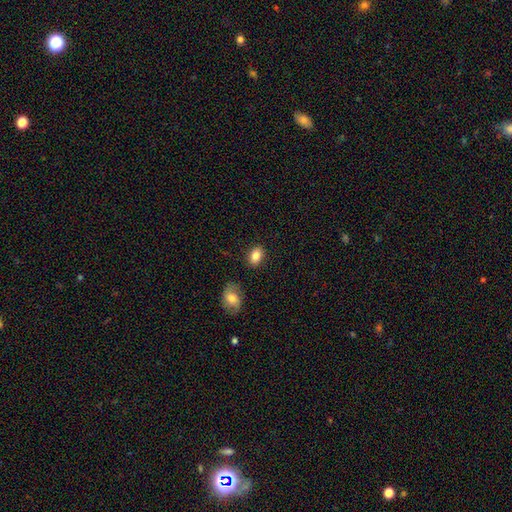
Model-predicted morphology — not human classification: This appears to be a smooth galaxy with no disk features (84%) that is in between round and cigar-shaped (82%). Merging: none (85%).